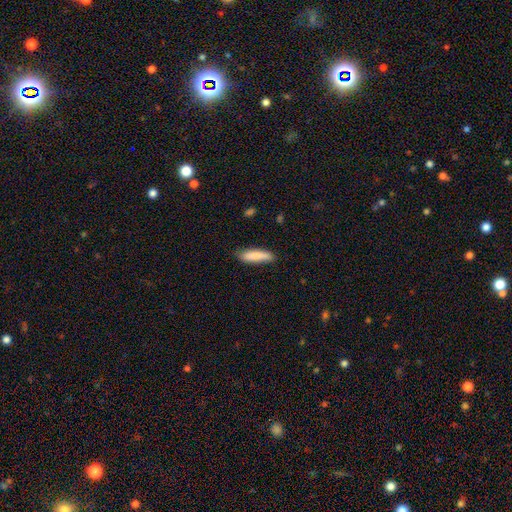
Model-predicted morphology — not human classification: smooth-or-featured: smooth: 84% | featured or disk: 10% | star or artifact: 6%
  how-rounded: cigar-shaped: 68% | in between: 30% | round: 1%
  merging: none: 79% | minor disturbance: 17% | major disturbance: 3% | merger: 1%